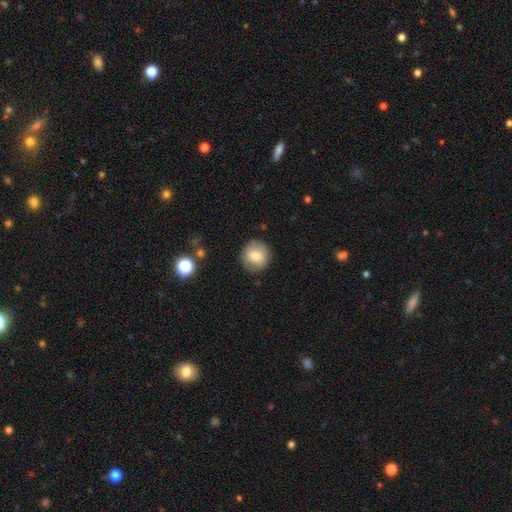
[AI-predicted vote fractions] A smooth galaxy with no disk features (75%) that is round (90%). Merging: none (88%).